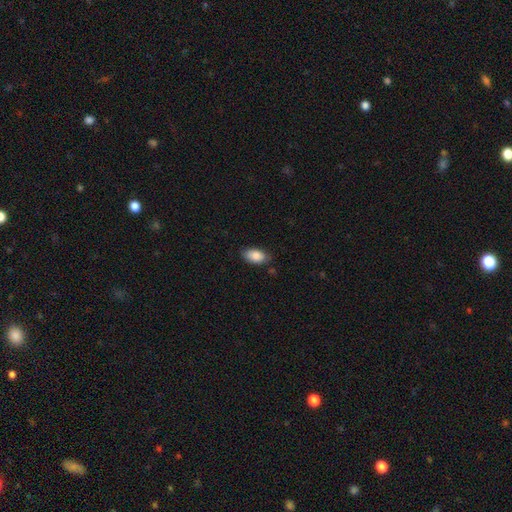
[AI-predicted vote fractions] smooth_or_featured: smooth (p=0.87) [alt: star or artifact p=0.07]
how_rounded: in between (p=0.93) [alt: round p=0.04]
merging: none (p=0.79) [alt: minor disturbance p=0.16]